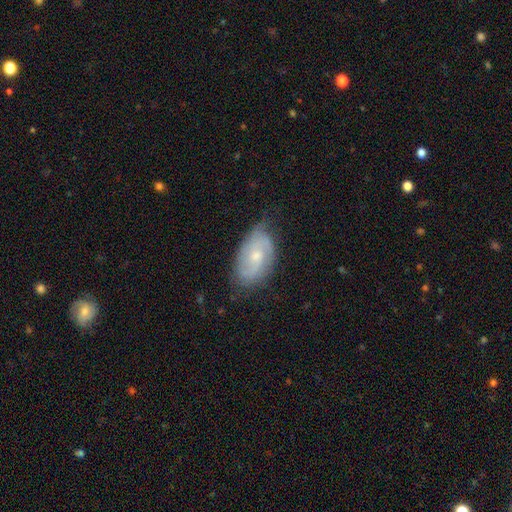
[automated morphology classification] This is likely a featured or disk galaxy (70%). It is clearly not viewed edge-on (95%). Bar: likely no (64%). Spiral arm pattern: clearly yes (91%). Spiral arm count: possibly 2 (56%). Spiral winding: marginally medium (42%). Central bulge: possibly small (48%). Merging: likely none (68%).